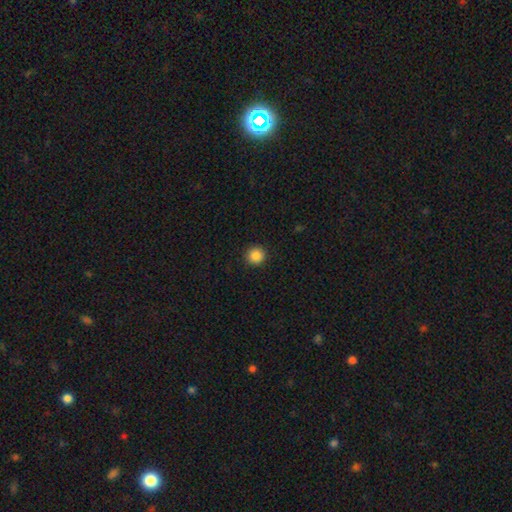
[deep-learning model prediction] Overall: smooth (87%). How rounded: round (95%). Merging: none (92%).